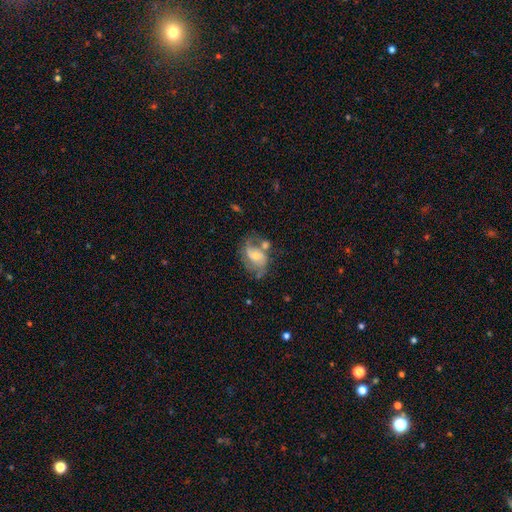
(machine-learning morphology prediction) type=featured or disk (69%); edge-on=no (97%); bar=no (51%); spiral arms=yes (84%); winding=medium (45%); arm count=2 (75%); bulge=small (51%); merging=none (40%).